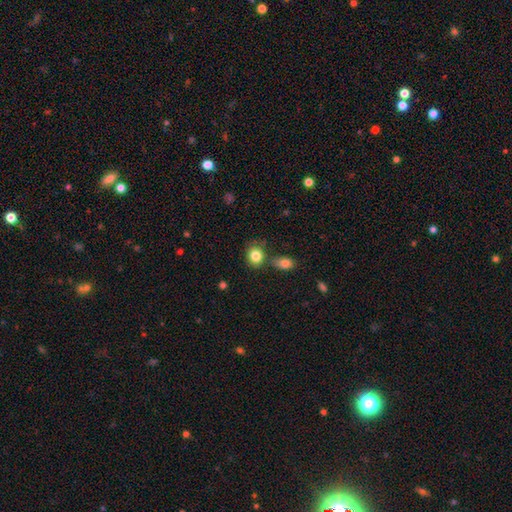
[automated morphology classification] smooth-or-featured: smooth: 85% | star or artifact: 9% | featured or disk: 7%
  how-rounded: round: 60% | in between: 39% | cigar-shaped: 1%
  merging: none: 65% | merger: 16% | minor disturbance: 15% | major disturbance: 4%